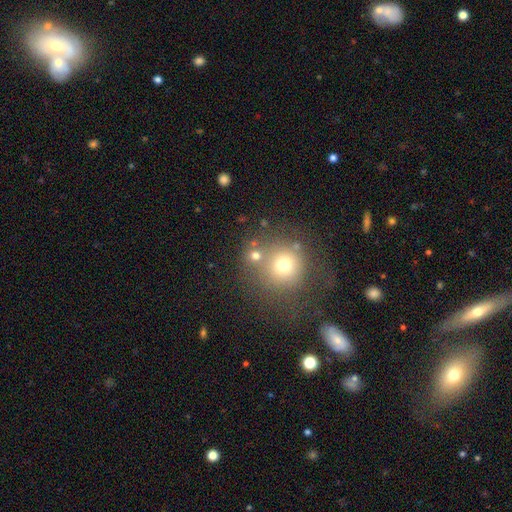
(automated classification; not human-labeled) smooth-or-featured: smooth: 69% | star or artifact: 20% | featured or disk: 11%
  how-rounded: round: 89% | in between: 10% | cigar-shaped: 1%
  merging: none: 62% | merger: 24% | minor disturbance: 9% | major disturbance: 5%